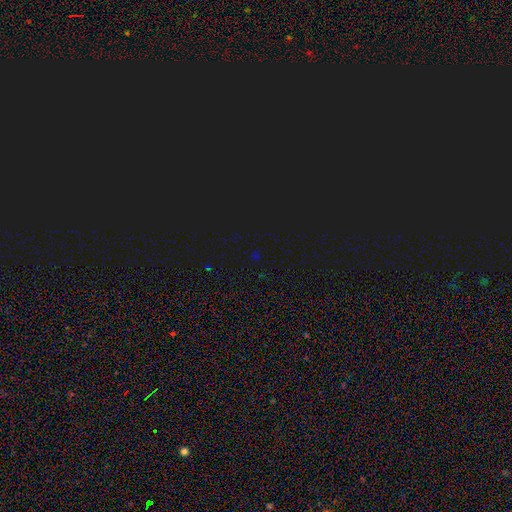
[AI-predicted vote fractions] star or artifact 75%, smooth 18%, featured or disk 7%.